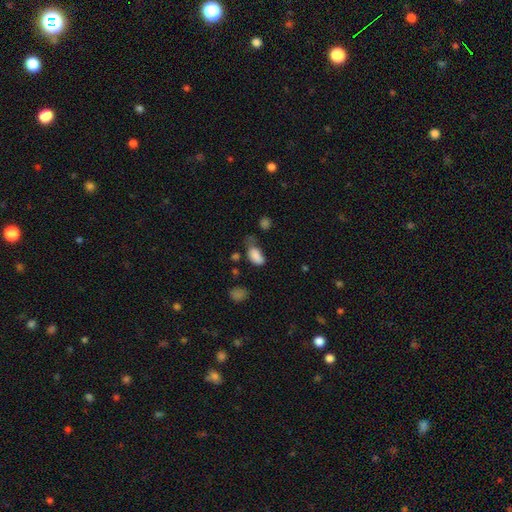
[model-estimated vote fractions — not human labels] Smooth or featured?
  - smooth: 84% *
  - star or artifact: 9%
  - featured or disk: 6%
How rounded?
  - in between: 91% *
  - round: 7%
  - cigar-shaped: 2%
Merging?
  - none: 37% *
  - minor disturbance: 35%
  - major disturbance: 22%
  - merger: 6%